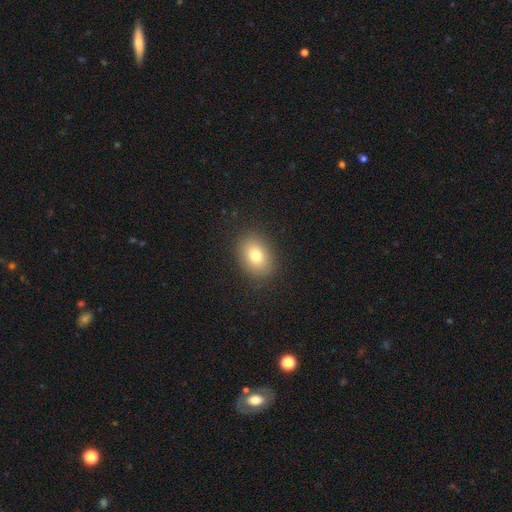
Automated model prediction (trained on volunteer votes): This is likely a smooth galaxy (78%). How rounded: likely in between (68%). Merging: clearly none (88%).